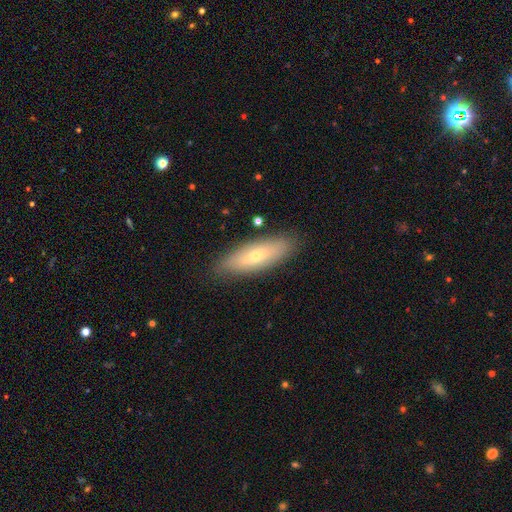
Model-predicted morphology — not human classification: This appears to be a smooth galaxy with no disk features (55%) that is in between round and cigar-shaped (51%). Merging: none (86%).